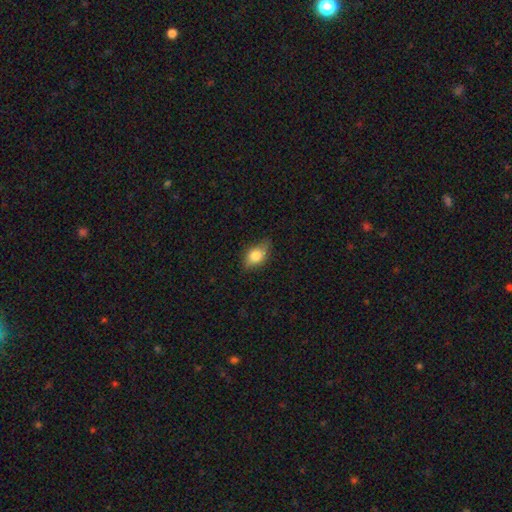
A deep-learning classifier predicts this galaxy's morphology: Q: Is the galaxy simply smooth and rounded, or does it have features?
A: smooth — 79%.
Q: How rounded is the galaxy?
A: in between — 84%.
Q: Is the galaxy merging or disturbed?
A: none — 72%.